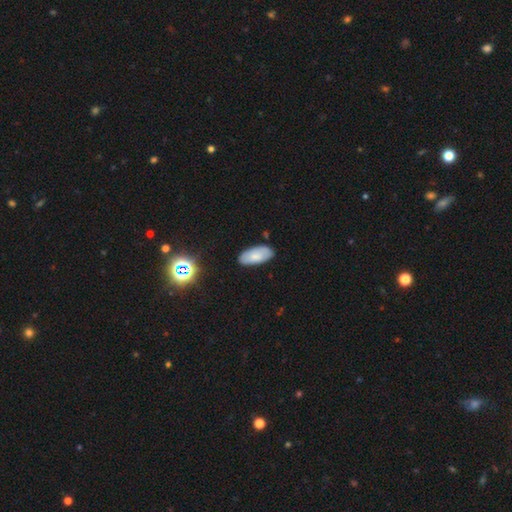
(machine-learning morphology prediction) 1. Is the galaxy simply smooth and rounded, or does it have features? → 75% smooth, 17% featured or disk, 8% star or artifact.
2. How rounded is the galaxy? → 92% in between, 6% cigar-shaped, 2% round.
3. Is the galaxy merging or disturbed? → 82% none, 14% minor disturbance, 2% major disturbance, 2% merger.